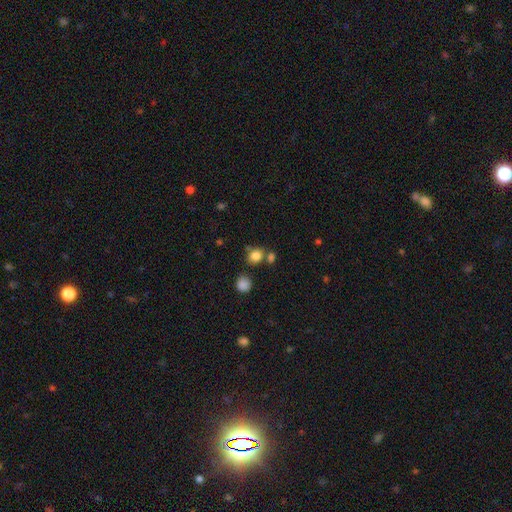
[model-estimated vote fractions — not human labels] Smooth or featured? smooth (82%)
How rounded? round (69%)
Merging? none (66%)